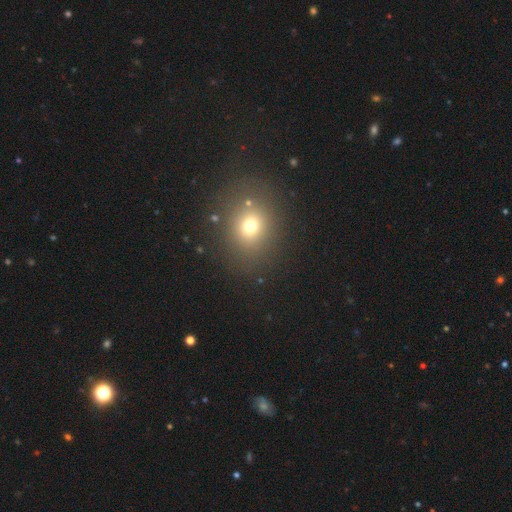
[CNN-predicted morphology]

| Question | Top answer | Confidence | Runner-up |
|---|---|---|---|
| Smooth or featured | smooth | 61% | star or artifact (31%) |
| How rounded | round | 63% | in between (35%) |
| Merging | none | 87% | minor disturbance (8%) |